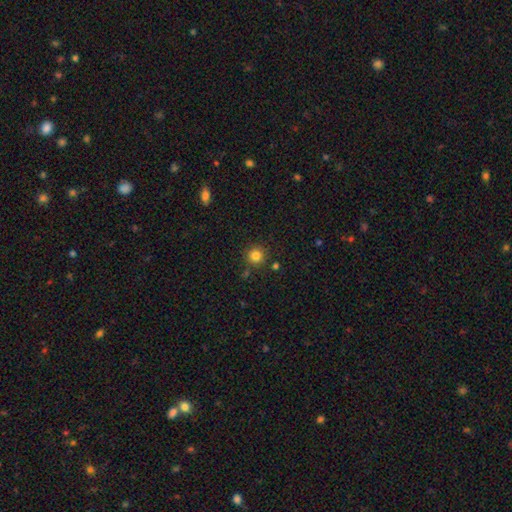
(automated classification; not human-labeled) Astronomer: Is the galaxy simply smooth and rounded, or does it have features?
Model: smooth — 82%.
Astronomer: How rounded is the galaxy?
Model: round — 94%.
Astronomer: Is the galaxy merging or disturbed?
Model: none — 85%.